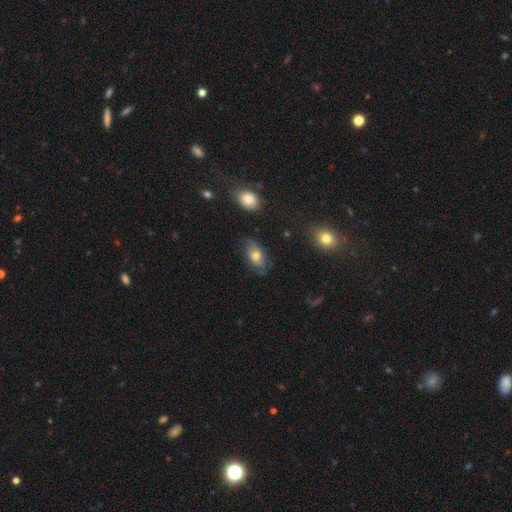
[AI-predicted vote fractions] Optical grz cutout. It shows a smooth galaxy with no disk features (60%) that is in between round and cigar-shaped (89%). Merging: none (62%).